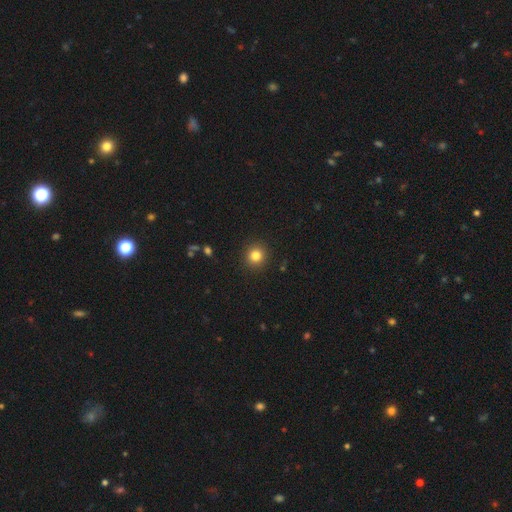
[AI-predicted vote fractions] A smooth galaxy with no disk features (83%) that is round (92%). Merging: none (92%).